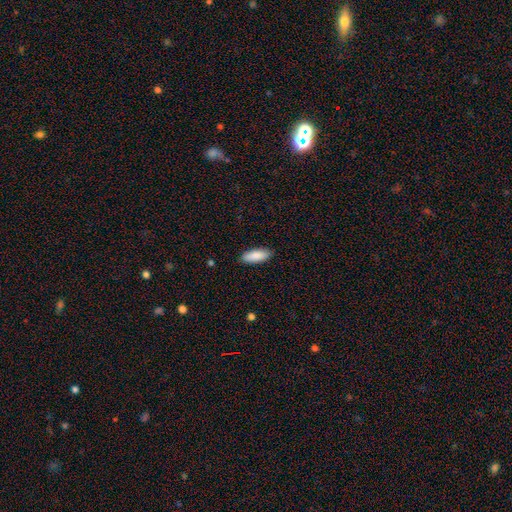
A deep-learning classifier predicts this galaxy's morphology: smooth 89%, star or artifact 6%, featured or disk 6%. Down the decision tree: how rounded — in between (72%); merging — none (89%).